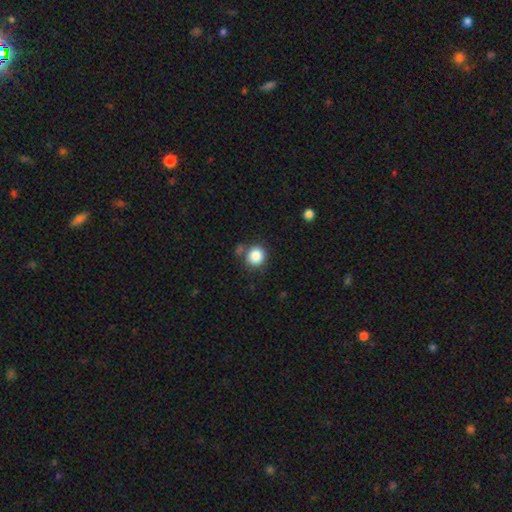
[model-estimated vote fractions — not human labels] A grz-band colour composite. It shows a smooth galaxy with no disk features (86%) that is round (91%). Merging: none (76%).